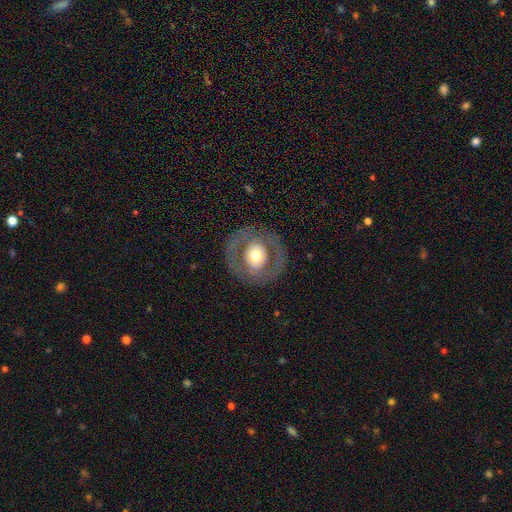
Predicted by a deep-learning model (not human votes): Q: Smooth or featured?
A: featured or disk (55%); runner-up: smooth (39%)
Q: Edge-on disk?
A: no (95%); runner-up: yes (5%)
Q: Bar?
A: no (79%); runner-up: weak (14%)
Q: Spiral arms?
A: no (81%); runner-up: yes (19%)
Q: Bulge size?
A: moderate (59%); runner-up: large (29%)
Q: Merging?
A: none (81%); runner-up: minor disturbance (10%)